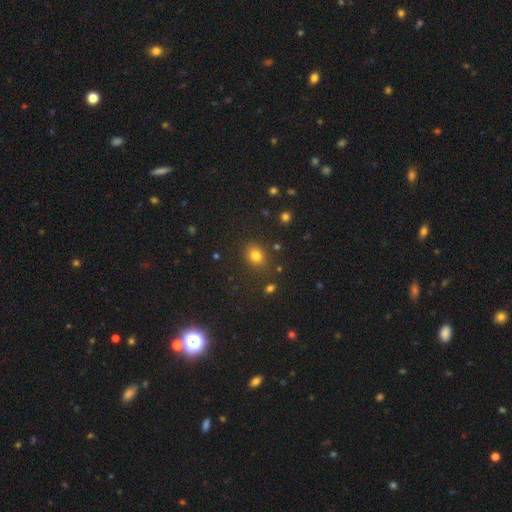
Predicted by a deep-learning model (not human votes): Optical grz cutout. It shows a smooth galaxy with no disk features (79%) that is round (62%). Merging: none (84%).